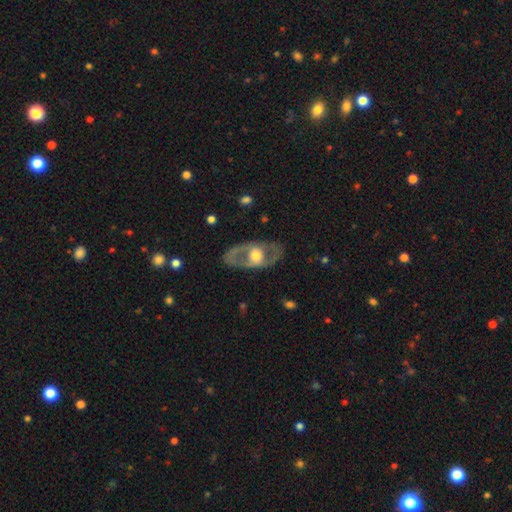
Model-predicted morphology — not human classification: This is likely a featured or disk galaxy (68%). It is clearly not viewed edge-on (87%). Bar: likely no (70%). Spiral arm pattern: likely no (70%). Central bulge: likely moderate (62%). Merging: likely none (76%).